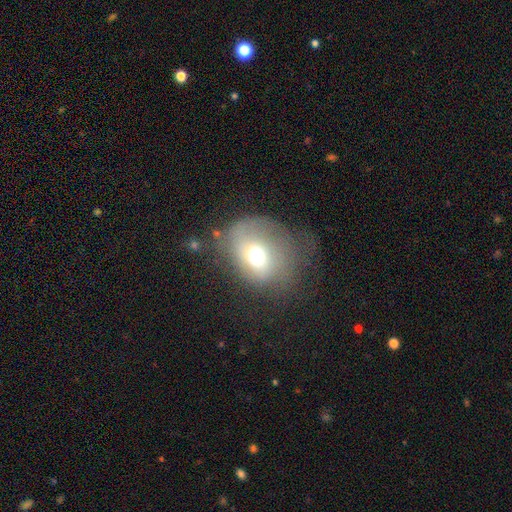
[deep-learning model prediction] smooth-or-featured: smooth: 59% | featured or disk: 27% | star or artifact: 14%
  how-rounded: round: 60% | in between: 39% | cigar-shaped: 1%
  merging: none: 37% | major disturbance: 34% | minor disturbance: 26% | merger: 3%